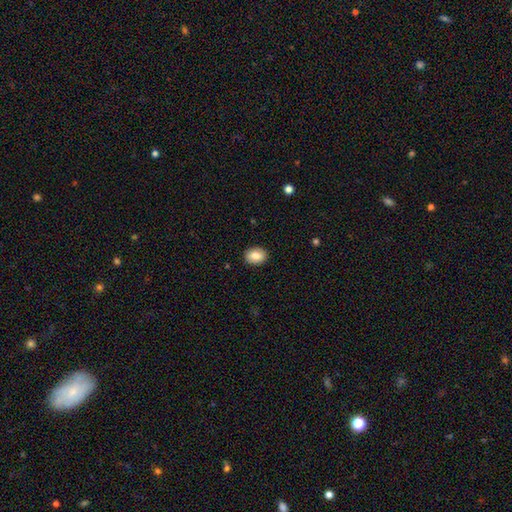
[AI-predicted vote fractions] smooth_or_featured: smooth (p=0.83) [alt: featured or disk p=0.09]
how_rounded: in between (p=0.58) [alt: round p=0.41]
merging: none (p=0.90) [alt: minor disturbance p=0.07]